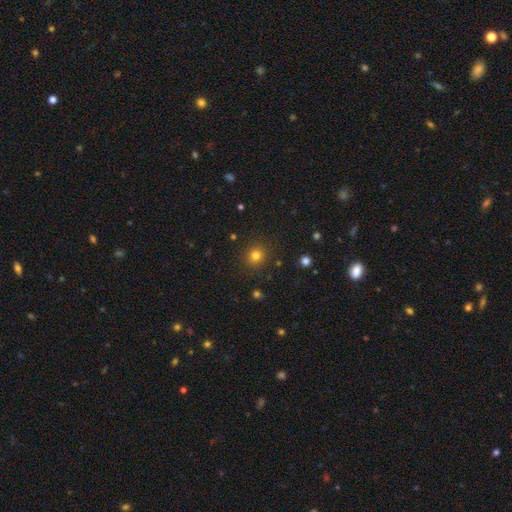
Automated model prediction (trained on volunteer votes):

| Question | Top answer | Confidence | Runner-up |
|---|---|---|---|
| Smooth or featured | smooth | 79% | star or artifact (15%) |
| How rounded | round | 89% | in between (11%) |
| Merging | none | 89% | minor disturbance (7%) |